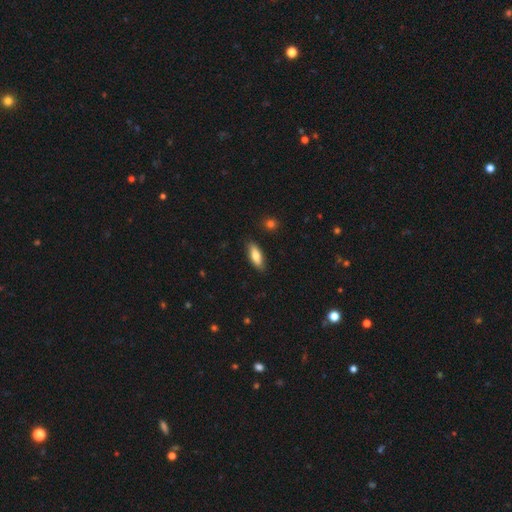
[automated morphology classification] Q: Smooth or featured?
A: smooth (76%); runner-up: featured or disk (18%)
Q: How rounded?
A: in between (70%); runner-up: cigar-shaped (28%)
Q: Merging?
A: none (86%); runner-up: minor disturbance (10%)